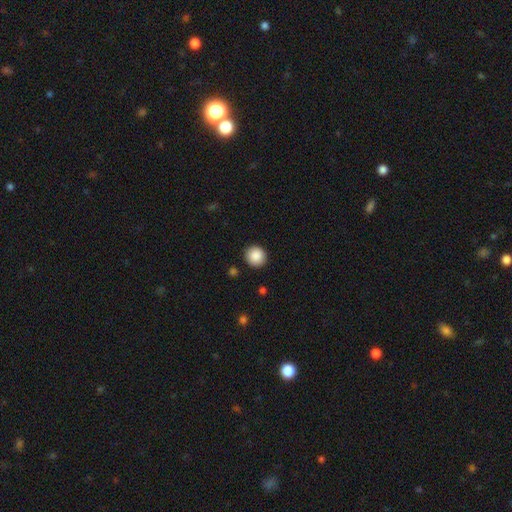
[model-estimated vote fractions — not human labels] Smooth or featured? smooth (88%)
How rounded? round (93%)
Merging? none (91%)